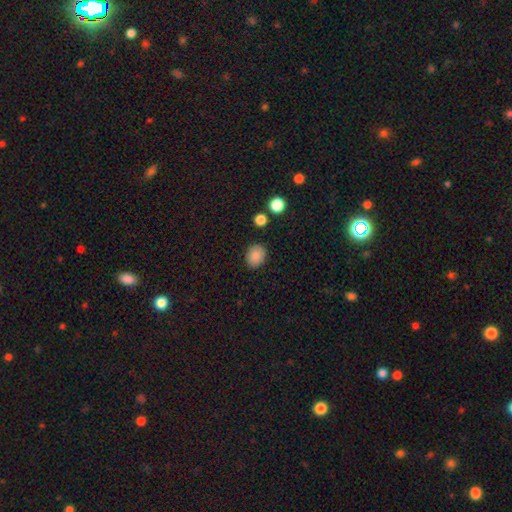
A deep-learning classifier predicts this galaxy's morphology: This appears to be a smooth galaxy with no disk features (85%) that is in between round and cigar-shaped (50%). Merging: none (86%).